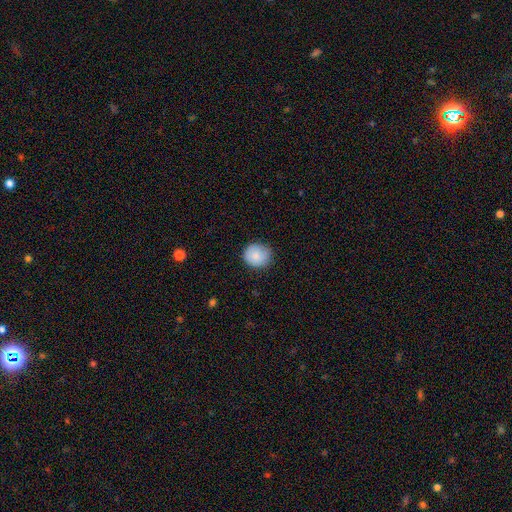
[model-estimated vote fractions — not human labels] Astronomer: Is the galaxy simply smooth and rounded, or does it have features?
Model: smooth — 85%.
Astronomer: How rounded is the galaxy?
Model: round — 85%.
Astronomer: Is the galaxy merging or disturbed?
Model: none — 83%.